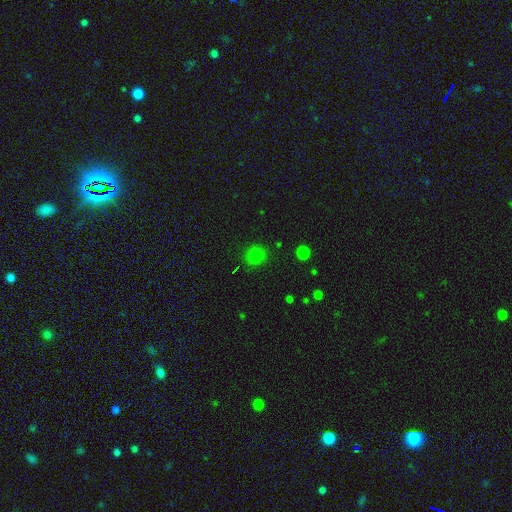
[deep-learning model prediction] Overall: smooth (78%). How rounded: round (86%). Merging: none (89%).